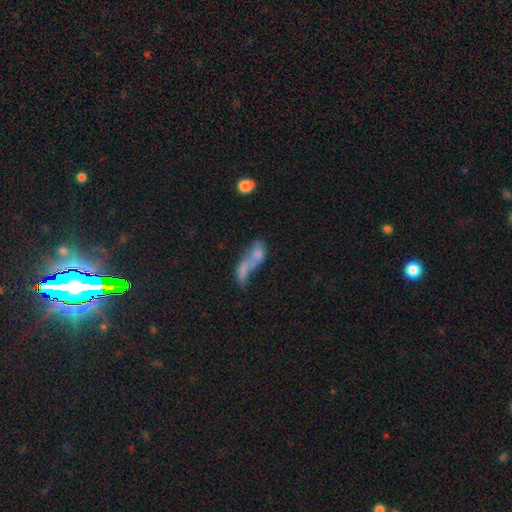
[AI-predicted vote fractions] Smooth or featured?
  - smooth: 60% *
  - featured or disk: 28%
  - star or artifact: 11%
How rounded?
  - in between: 72% *
  - cigar-shaped: 18%
  - round: 10%
Merging?
  - merger: 60% *
  - major disturbance: 19%
  - none: 13%
  - minor disturbance: 8%